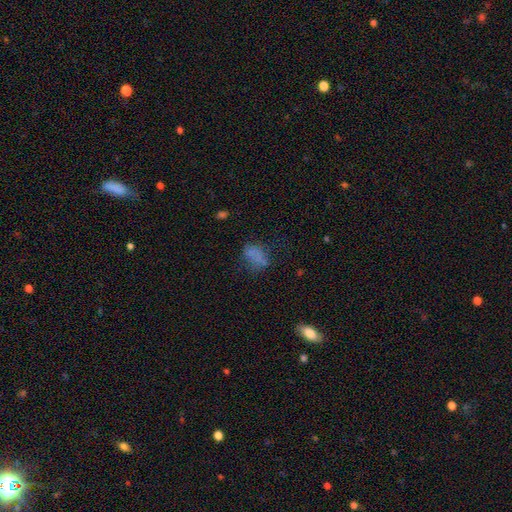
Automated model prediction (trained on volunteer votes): Morphology: type=smooth (66%); roundness=in between (82%); merging=none (47%).